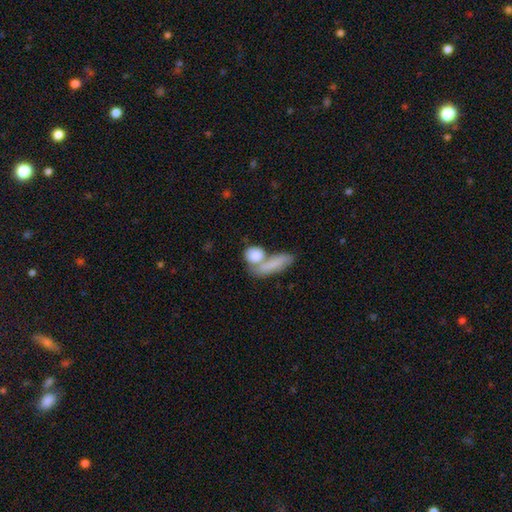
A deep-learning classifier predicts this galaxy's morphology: This is clearly a smooth galaxy (82%). How rounded: marginally in between (44%). Merging: marginally merger (44%).